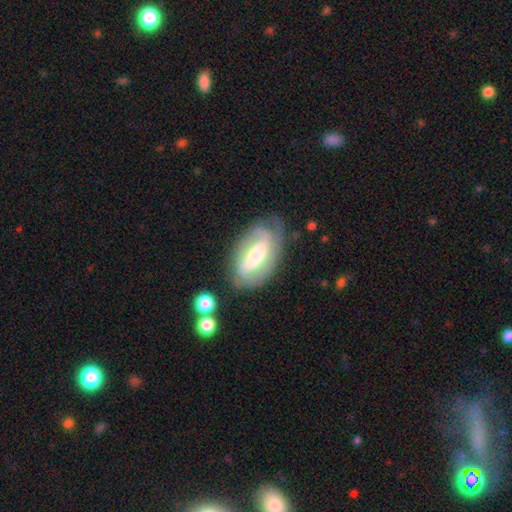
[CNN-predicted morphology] smooth_or_featured: featured or disk (p=0.73) [alt: smooth p=0.21]
disk_edge_on: no (p=0.93) [alt: yes p=0.07]
bar: strong (p=0.50) [alt: weak p=0.33]
has_spiral_arms: yes (p=0.86) [alt: no p=0.14]
spiral_winding: tight (p=0.45) [alt: medium p=0.39]
spiral_arm_count: 2 (p=0.71) [alt: can't tell p=0.16]
bulge_size: moderate (p=0.48) [alt: small p=0.24]
merging: none (p=0.70) [alt: minor disturbance p=0.19]